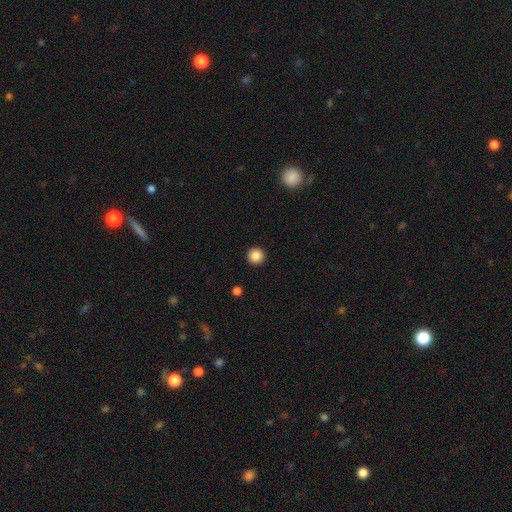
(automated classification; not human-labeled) This appears to be a smooth galaxy with no disk features (87%) that is round (96%). Merging: none (93%).